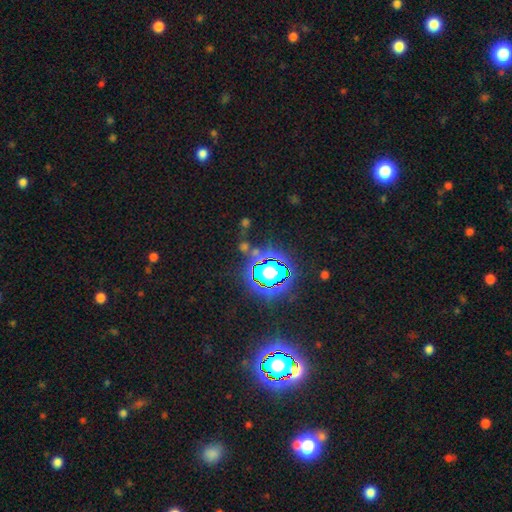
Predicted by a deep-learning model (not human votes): This appears to be a star or artifact, not a galaxy (70%).